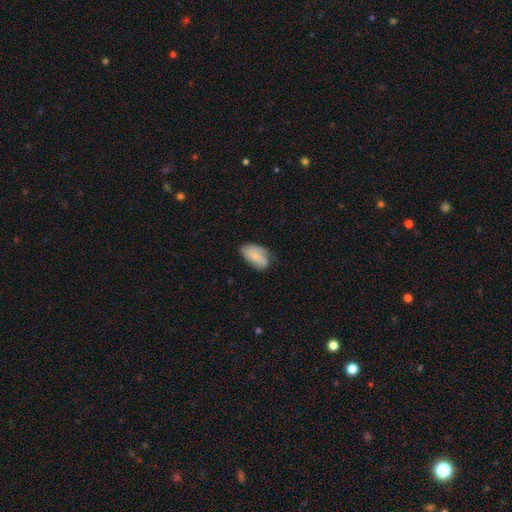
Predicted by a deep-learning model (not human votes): Morphology: type=smooth (64%); roundness=in between (91%); merging=none (59%).